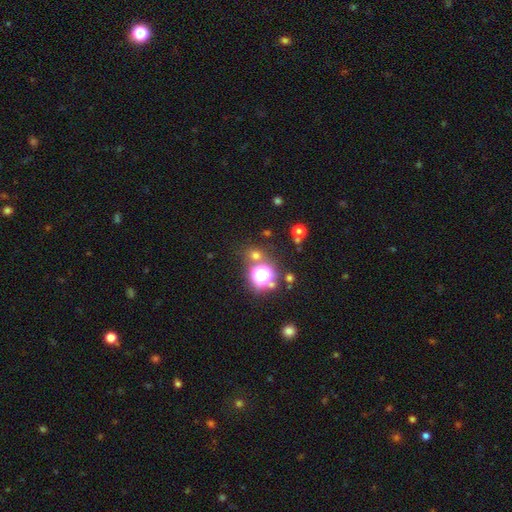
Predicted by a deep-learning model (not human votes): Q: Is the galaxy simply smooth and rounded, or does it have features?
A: smooth — 56%.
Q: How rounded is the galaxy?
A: round — 86%.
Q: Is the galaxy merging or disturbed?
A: none — 74%.